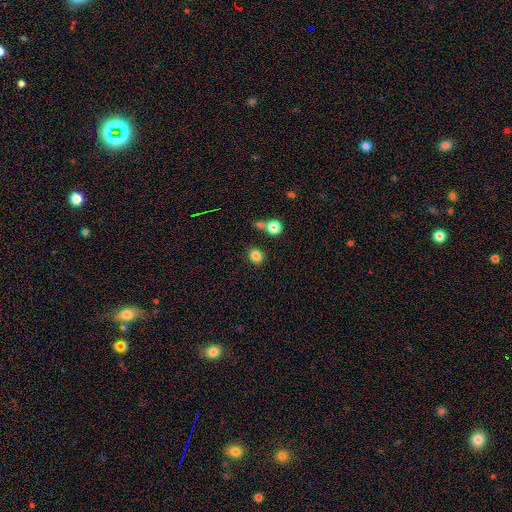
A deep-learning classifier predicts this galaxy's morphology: smooth 84%, star or artifact 11%, featured or disk 5%. Down the decision tree: how rounded — round (79%); merging — none (81%).